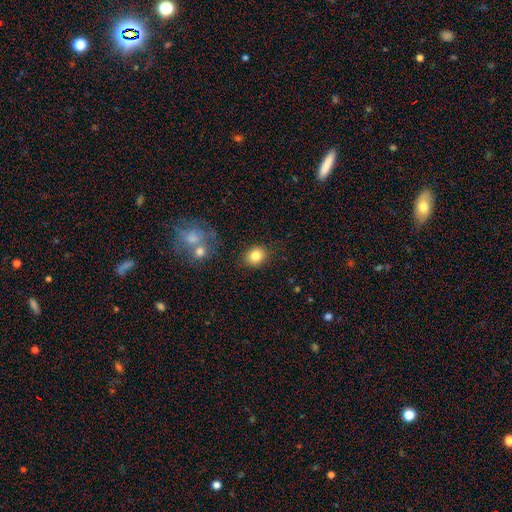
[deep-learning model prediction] smooth-or-featured: smooth: 82% | star or artifact: 10% | featured or disk: 8%
  how-rounded: round: 66% | in between: 33% | cigar-shaped: 1%
  merging: none: 85% | minor disturbance: 10% | major disturbance: 3% | merger: 3%